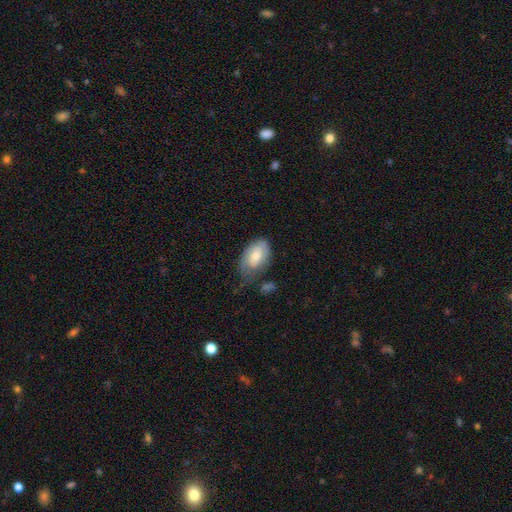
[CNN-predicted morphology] A smooth galaxy with no disk features (47%). Merging: none (45%).